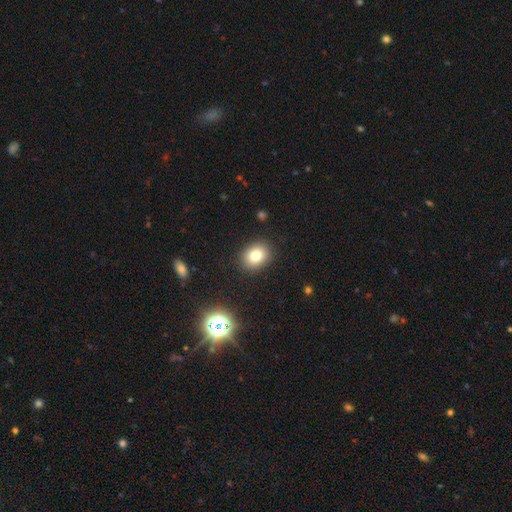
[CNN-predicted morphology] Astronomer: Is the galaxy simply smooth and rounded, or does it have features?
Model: smooth — 79%.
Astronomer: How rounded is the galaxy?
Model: round — 53% (runner-up: in between, 47%).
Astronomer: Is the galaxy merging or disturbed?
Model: none — 89%.